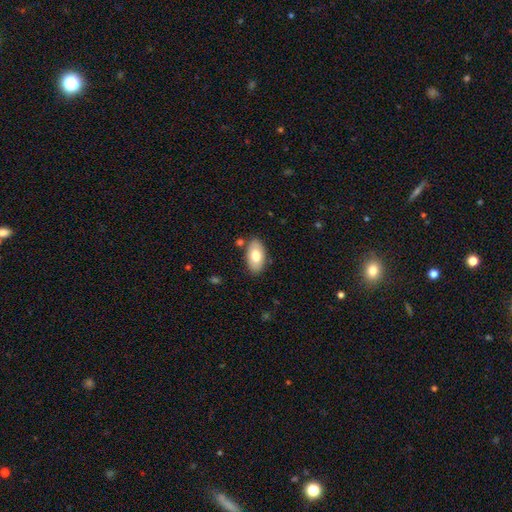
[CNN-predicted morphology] Smooth or featured? smooth (74%)
How rounded? in between (94%)
Merging? none (82%)